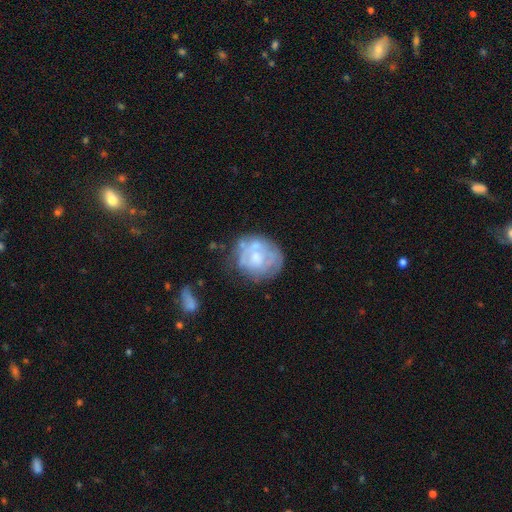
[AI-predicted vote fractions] Morphology: type=featured or disk (57%); edge-on=no (98%); bar=no (81%); spiral arms=no (66%); bulge=moderate (45%); merging=none (56%).